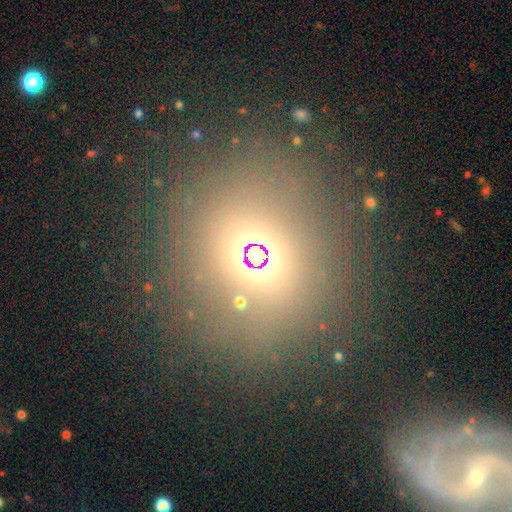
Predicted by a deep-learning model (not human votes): Q: Smooth or featured?
A: smooth (44%); tied with: star or artifact (44%)
Q: Merging?
A: none (81%); runner-up: minor disturbance (9%)